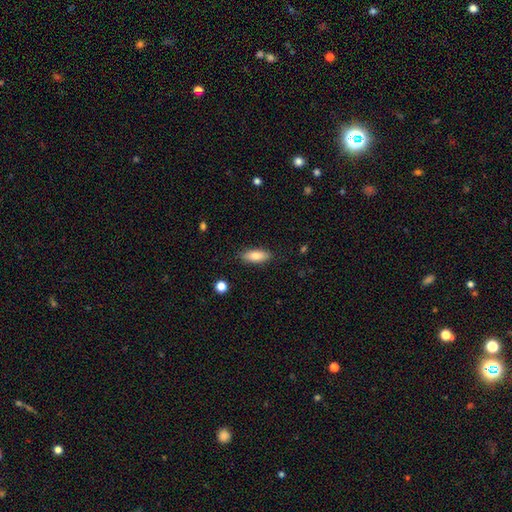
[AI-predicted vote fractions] A smooth galaxy with no disk features (81%) that is in between round and cigar-shaped (77%). Merging: none (86%).